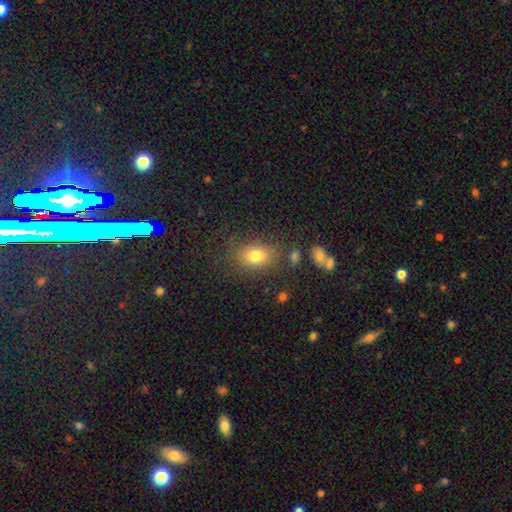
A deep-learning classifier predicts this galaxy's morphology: This is likely a smooth galaxy (78%). How rounded: likely in between (75%). Merging: likely none (79%).